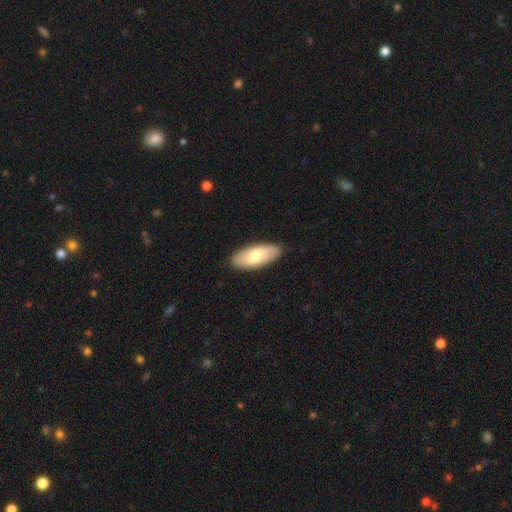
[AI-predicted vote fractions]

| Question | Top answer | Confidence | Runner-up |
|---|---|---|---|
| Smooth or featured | smooth | 69% | featured or disk (26%) |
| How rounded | in between | 85% | cigar-shaped (13%) |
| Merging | none | 88% | minor disturbance (9%) |